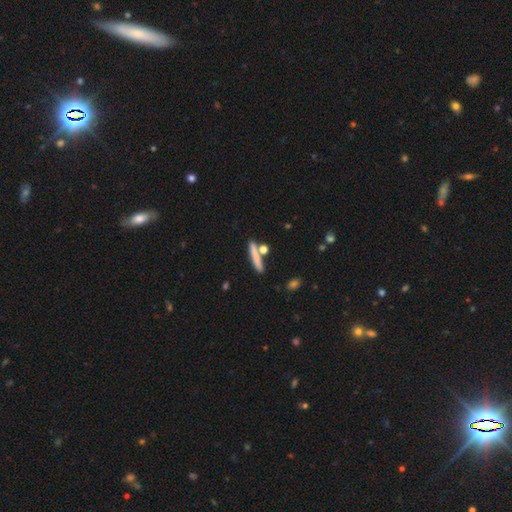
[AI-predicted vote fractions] This is likely a smooth galaxy (72%). How rounded: clearly cigar-shaped (85%). Merging: likely none (75%).